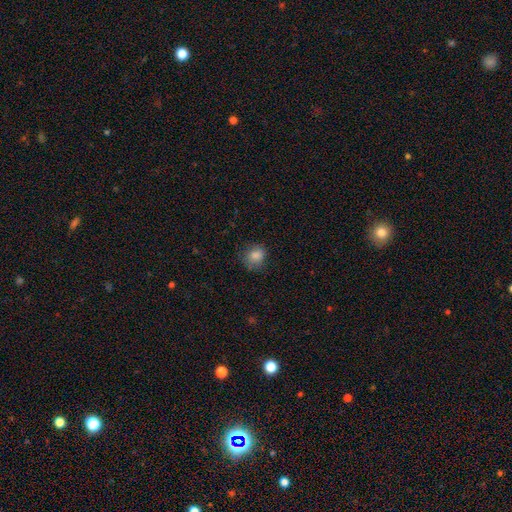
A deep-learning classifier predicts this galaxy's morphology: A smooth galaxy with no disk features (84%) that is round (69%).

Vote fractions:
- Smooth or featured? smooth: 84% / star or artifact: 10% / featured or disk: 6%
- How rounded? round: 69% / in between: 30% / cigar-shaped: 1%
- Merging? none: 73% / minor disturbance: 20% / major disturbance: 6% / merger: 1%